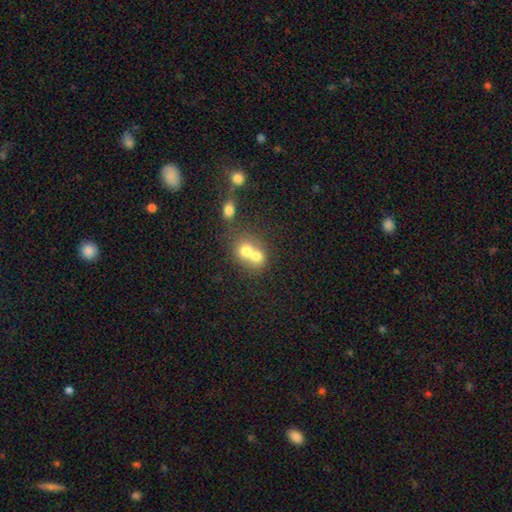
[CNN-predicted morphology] Smooth or featured? Predicted: smooth (p=0.70). How rounded? Predicted: round (p=0.70). Merging? Predicted: merger (p=0.71).